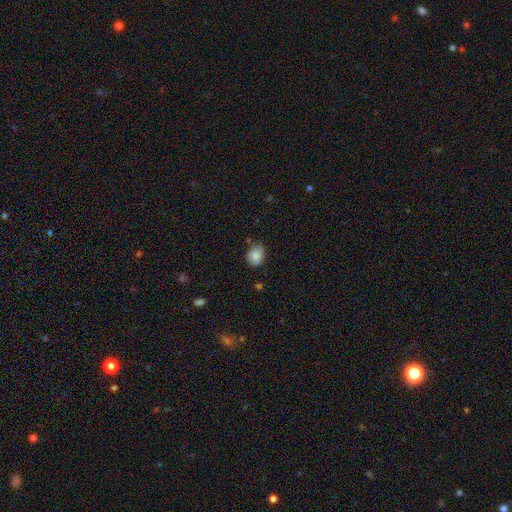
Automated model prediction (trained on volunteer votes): smooth_or_featured: smooth (p=0.86) [alt: star or artifact p=0.08]
how_rounded: round (p=0.54) [alt: in between p=0.45]
merging: none (p=0.76) [alt: minor disturbance p=0.19]